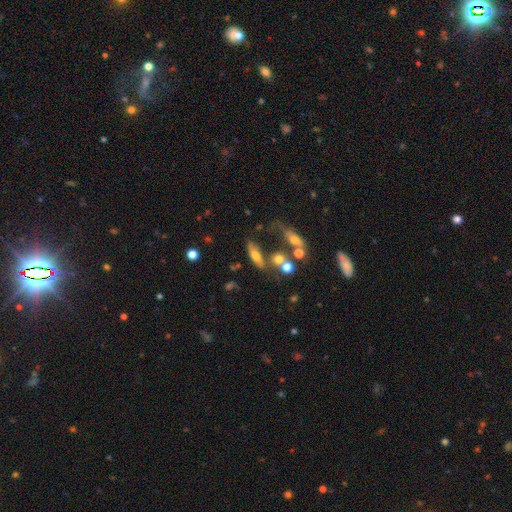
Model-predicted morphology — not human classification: This appears to be a smooth galaxy with no disk features (58%) that is in between round and cigar-shaped (50%). Merging: none (48%).